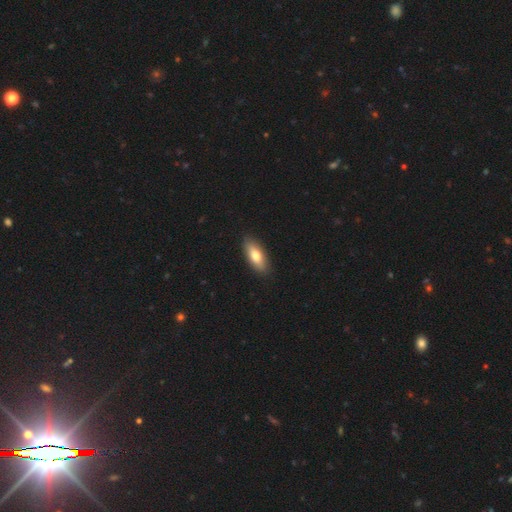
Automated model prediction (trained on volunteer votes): Smooth or featured? smooth (75%)
How rounded? in between (78%)
Merging? none (88%)